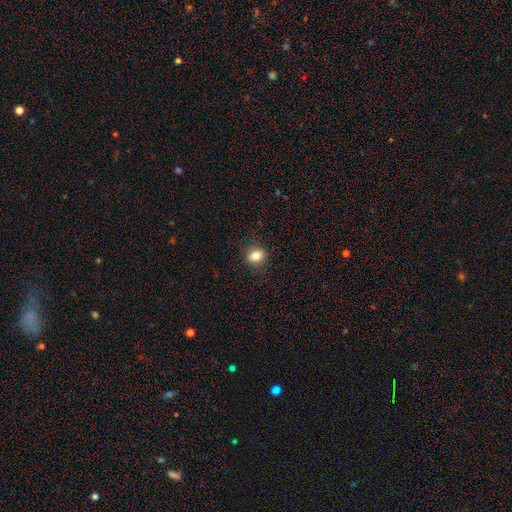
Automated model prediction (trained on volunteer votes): The model was most divided on "how rounded": in between: 54%, round: 45%, cigar-shaped: 2%. More confident: merging — none (85%); smooth or featured — smooth (83%).